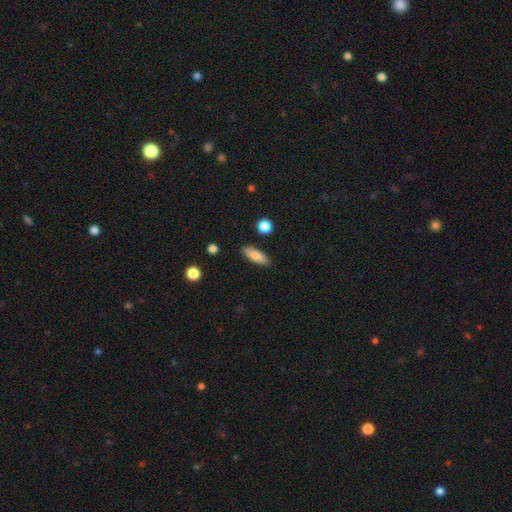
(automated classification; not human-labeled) This appears to be a smooth galaxy with no disk features (82%) that is in between round and cigar-shaped (59%). Merging: none (86%).